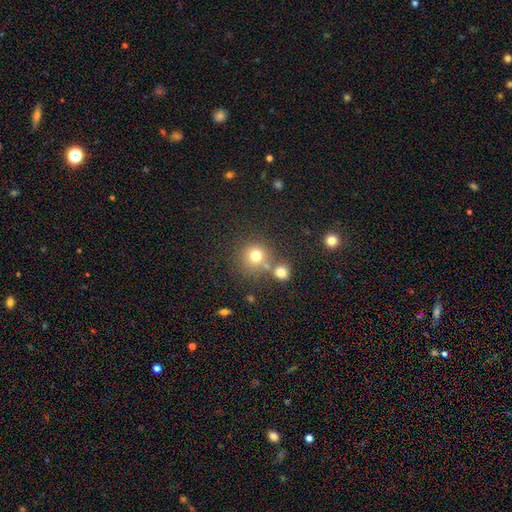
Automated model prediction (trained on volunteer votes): This appears to be a smooth galaxy with no disk features (76%) that is round (90%). Merging: none (65%).